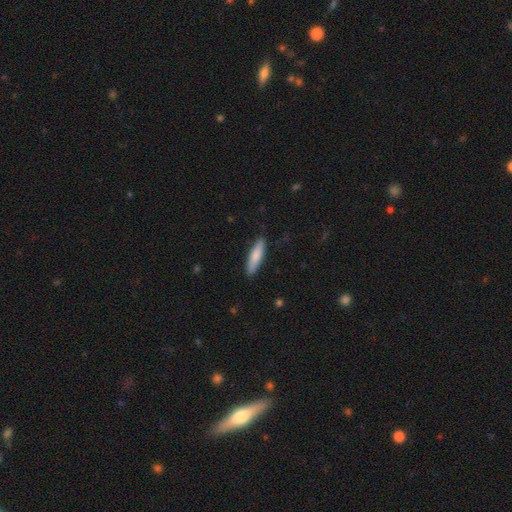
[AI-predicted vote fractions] This appears to be a smooth galaxy with no disk features (79%) that is cigar-shaped (77%). Merging: none (88%).